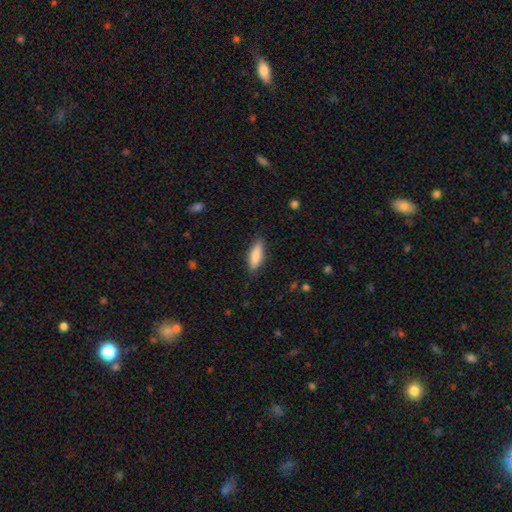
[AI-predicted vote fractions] This appears to be a smooth galaxy with no disk features (85%) that is in between round and cigar-shaped (55%). Merging: none (84%).